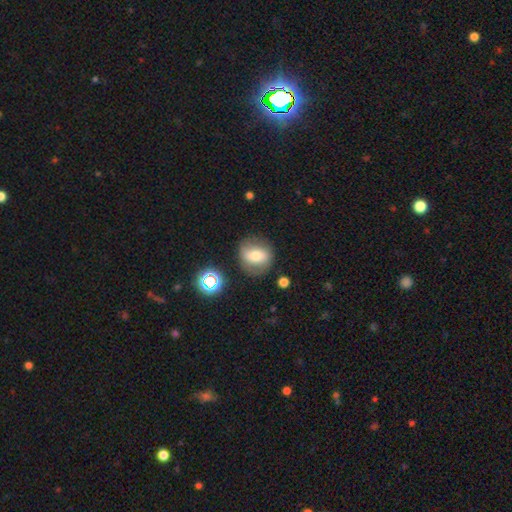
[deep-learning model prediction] A smooth galaxy with no disk features (55%) that is round (73%). Merging: none (76%).